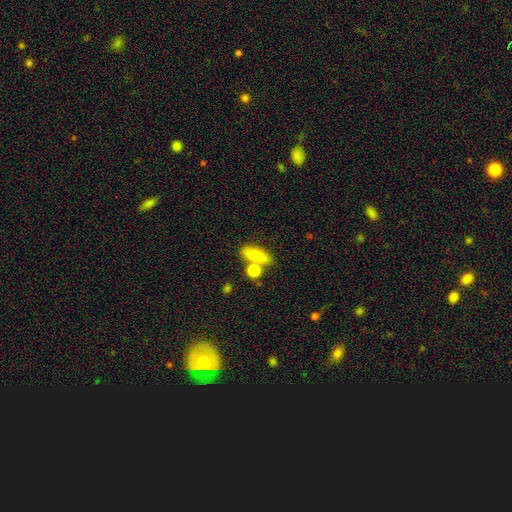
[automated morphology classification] Overall: smooth (75%). How rounded: in between (73%). Merging: none (60%; merger 24%).